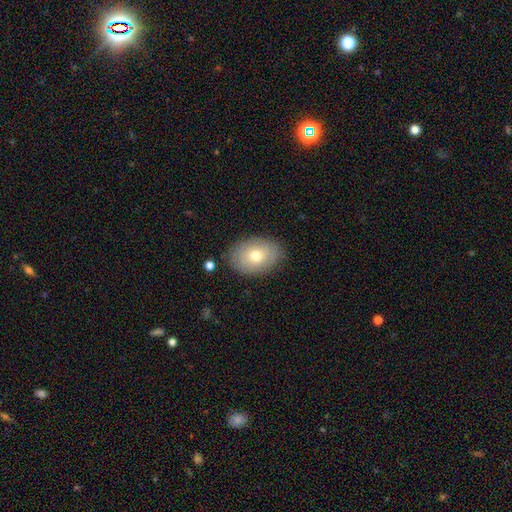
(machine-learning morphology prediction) The model was most divided on "smooth or featured": smooth: 72%, featured or disk: 21%, star or artifact: 8%. More confident: merging — none (83%); how rounded — in between (79%).